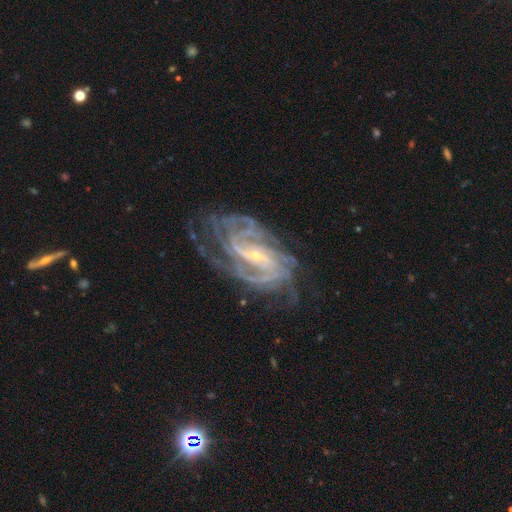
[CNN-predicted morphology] The model was most divided on "spiral arm count": can't tell: 24%, 2: 21%, 4: 20%, 3: 18%, more than 4: 10%, 1: 7%. Remaining: spiral arms — yes (98%); edge-on disk — no (96%); smooth or featured — featured or disk (90%); bulge size — small (79%); merging — none (68%); spiral winding — tight (61%); bar — weak (42%).